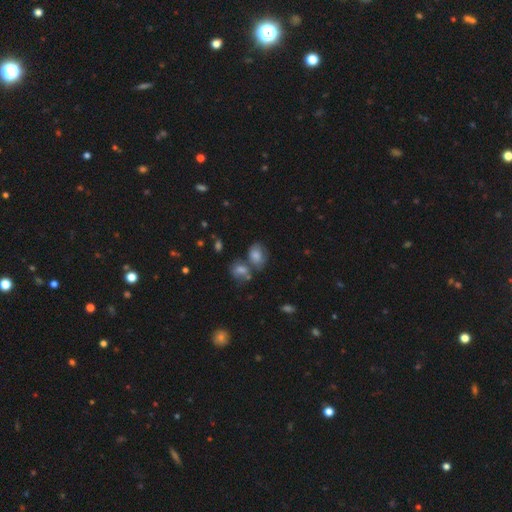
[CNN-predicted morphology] type=smooth (64%); roundness=in between (72%); merging=none (50%).